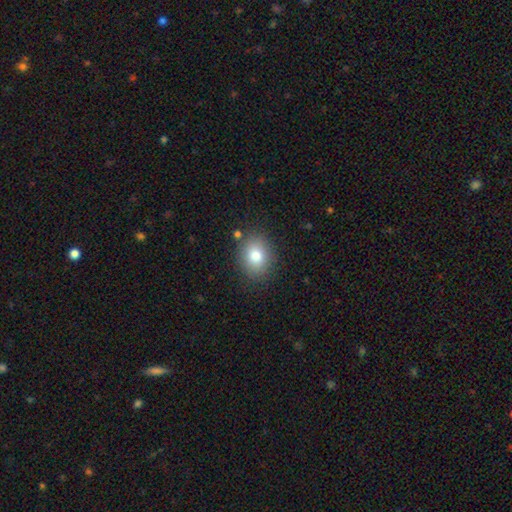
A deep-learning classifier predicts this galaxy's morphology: This is likely a smooth galaxy (79%). How rounded: possibly round (52%). Merging: clearly none (83%).